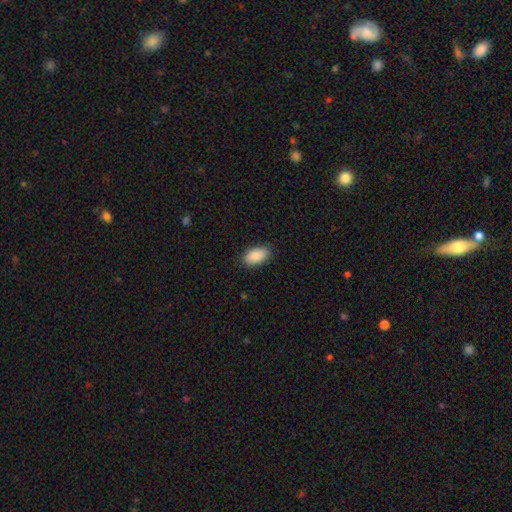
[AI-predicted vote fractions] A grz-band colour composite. It shows a smooth galaxy with no disk features (90%) that is in between round and cigar-shaped (95%). Merging: none (87%).